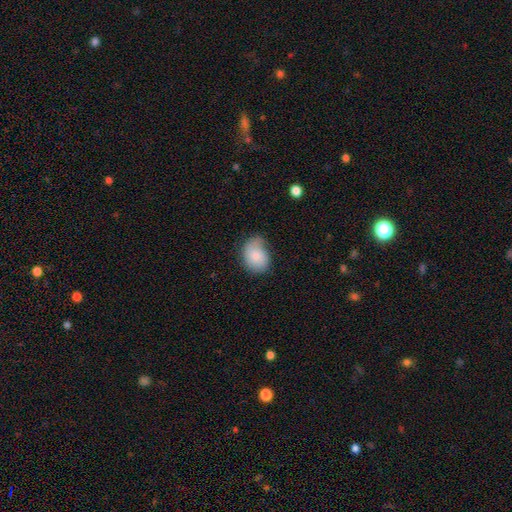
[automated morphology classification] Smooth or featured: smooth — 77% (featured or disk — 16%)
How rounded: in between — 64% (round — 35%)
Merging: none — 52% (minor disturbance — 36%)